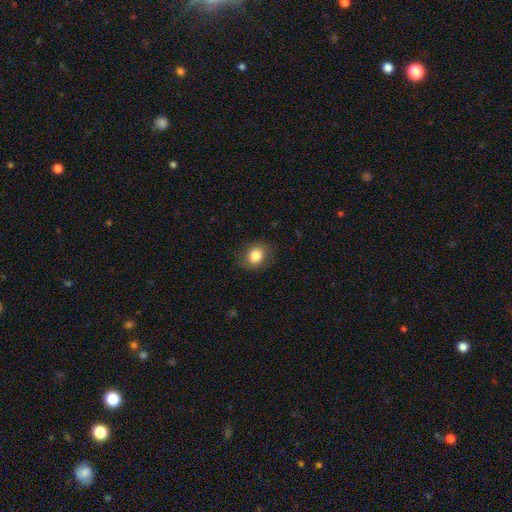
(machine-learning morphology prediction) Smooth or featured? smooth (82%)
How rounded? round (51%)
Merging? none (80%)